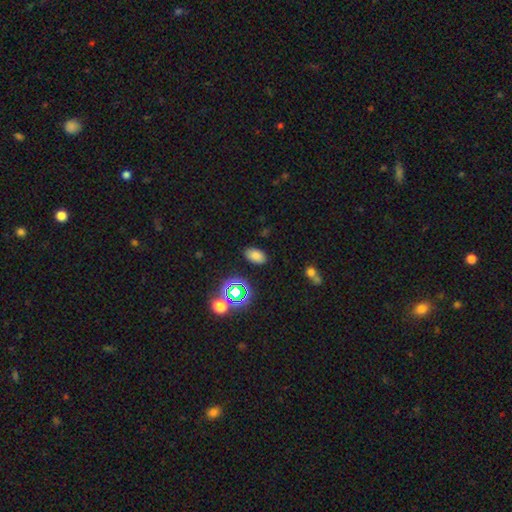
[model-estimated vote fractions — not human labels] Smooth or featured?
  - smooth: 74% *
  - star or artifact: 19%
  - featured or disk: 7%
How rounded?
  - in between: 91% *
  - round: 7%
  - cigar-shaped: 2%
Merging?
  - none: 86% *
  - minor disturbance: 9%
  - major disturbance: 3%
  - merger: 2%